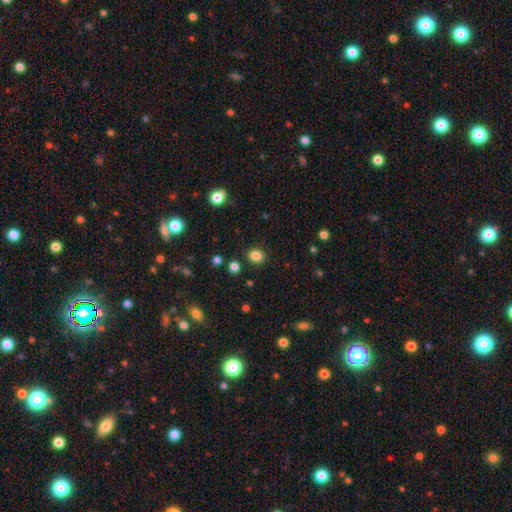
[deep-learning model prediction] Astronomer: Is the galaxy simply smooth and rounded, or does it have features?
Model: smooth — 84%.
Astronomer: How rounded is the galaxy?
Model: round — 65%.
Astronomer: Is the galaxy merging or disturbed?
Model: none — 88%.